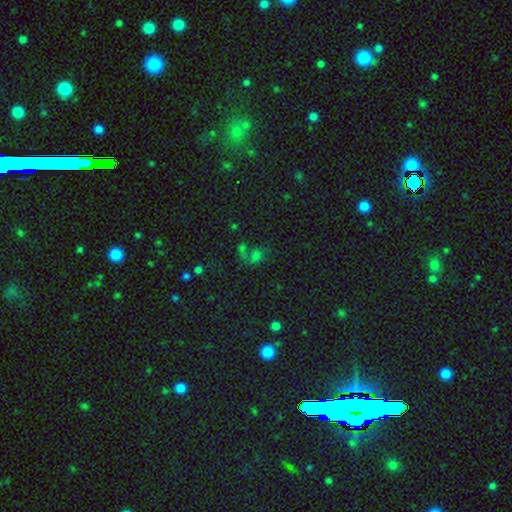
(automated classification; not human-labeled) Smooth or featured?
  - smooth: 45% *
  - star or artifact: 42%
  - featured or disk: 13%
Merging?
  - none: 39% *
  - merger: 38%
  - minor disturbance: 13%
  - major disturbance: 11%